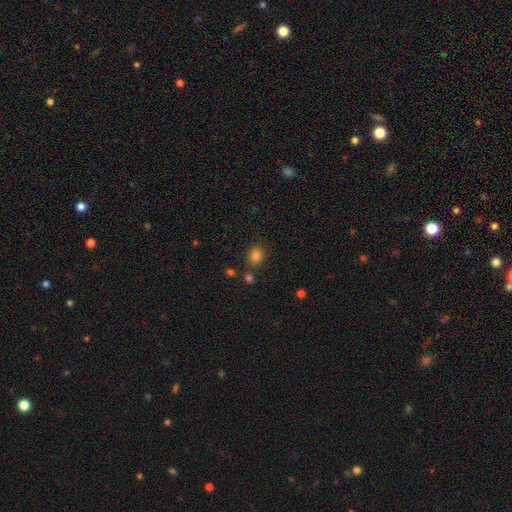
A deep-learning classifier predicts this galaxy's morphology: Smooth or featured: smooth — 82% (star or artifact — 14%)
How rounded: round — 66% (in between — 33%)
Merging: none — 79% (minor disturbance — 10%)